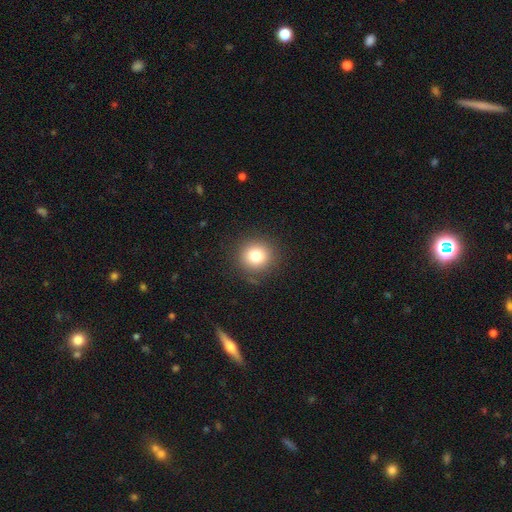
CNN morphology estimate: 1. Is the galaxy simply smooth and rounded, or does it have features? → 80% smooth, 12% star or artifact, 8% featured or disk.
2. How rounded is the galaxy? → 91% round, 8% in between, 1% cigar-shaped.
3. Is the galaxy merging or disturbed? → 88% none, 8% minor disturbance, 3% major disturbance, 1% merger.